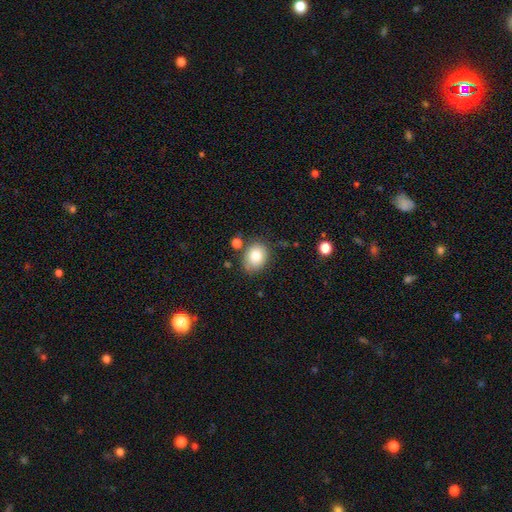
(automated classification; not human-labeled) Smooth or featured? smooth (81%)
How rounded? in between (54%)
Merging? none (76%)